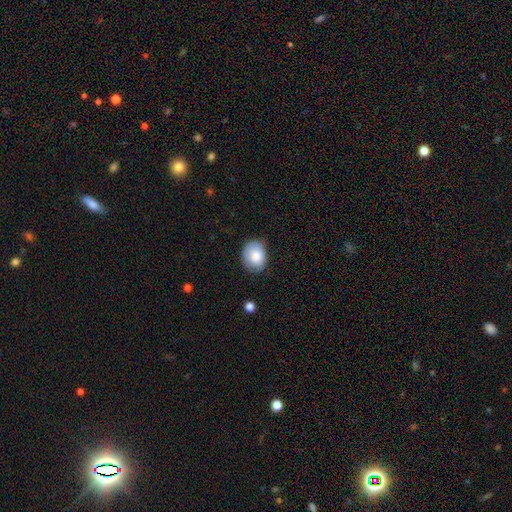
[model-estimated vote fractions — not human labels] Smooth or featured? Predicted: smooth (p=0.81). How rounded? Predicted: in between (p=0.59). Merging? Predicted: none (p=0.73).